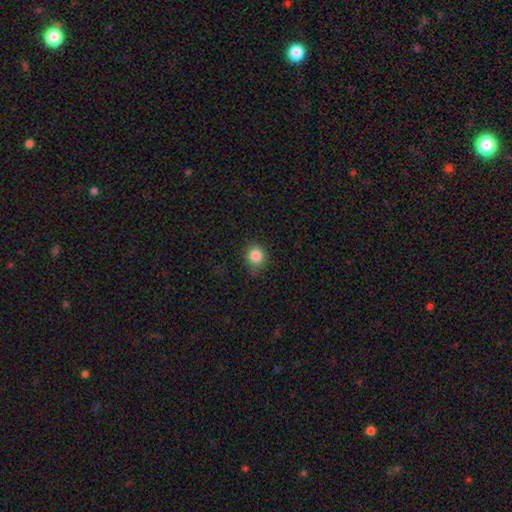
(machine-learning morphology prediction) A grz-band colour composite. It shows a smooth galaxy with no disk features (85%) that is round (86%). Merging: none (82%).